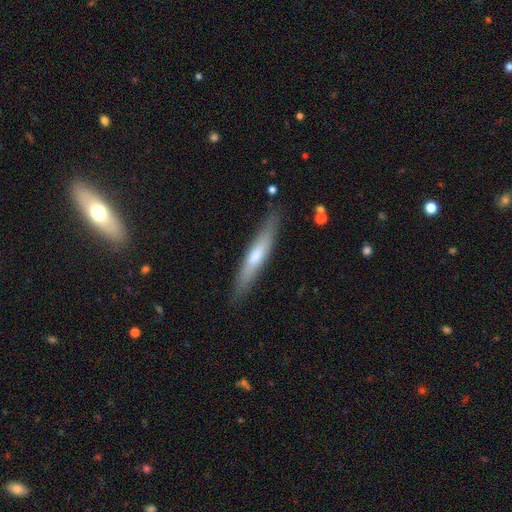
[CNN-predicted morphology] Smooth or featured: smooth — 55% (featured or disk — 39%)
How rounded: cigar-shaped — 91% (in between — 8%)
Merging: none — 86% (minor disturbance — 10%)